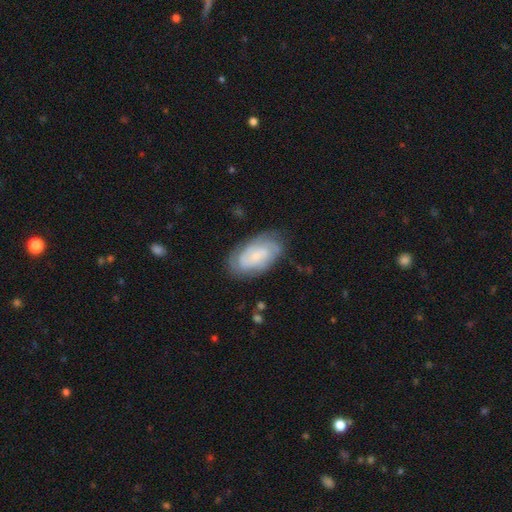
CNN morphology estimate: Smooth or featured: featured or disk — 60% (smooth — 33%)
Edge-on disk: no — 95% (yes — 5%)
Bar: no — 62% (weak — 31%)
Spiral arms: yes — 85% (no — 15%)
Bulge size: small — 66% (moderate — 22%)
Merging: none — 72% (minor disturbance — 20%)